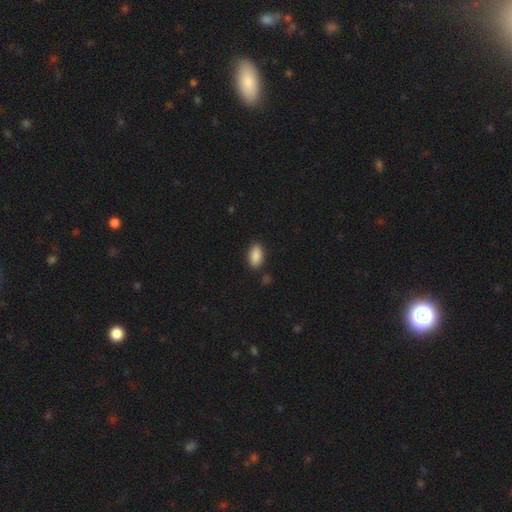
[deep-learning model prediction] Morphology: type=smooth (89%); roundness=in between (92%); merging=none (86%).